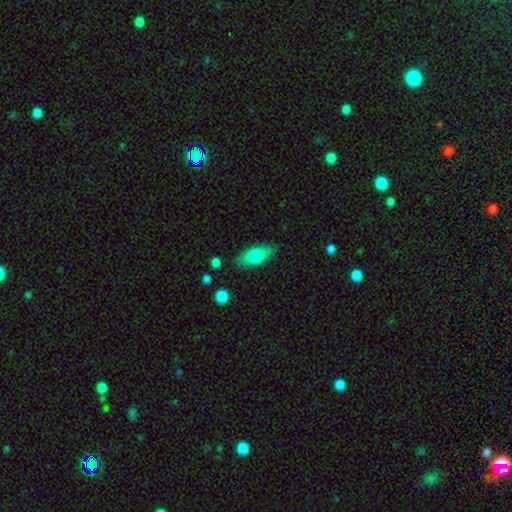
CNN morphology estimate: A smooth galaxy with no disk features (75%) that is in between round and cigar-shaped (80%). Merging: none (80%).